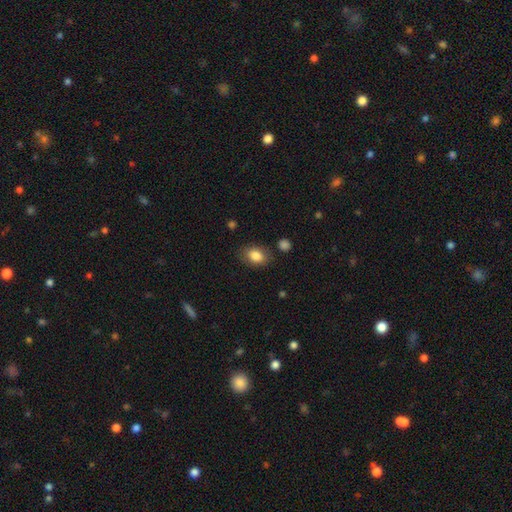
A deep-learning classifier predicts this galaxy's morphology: Overall: smooth (84%). How rounded: in between (79%). Merging: none (78%).